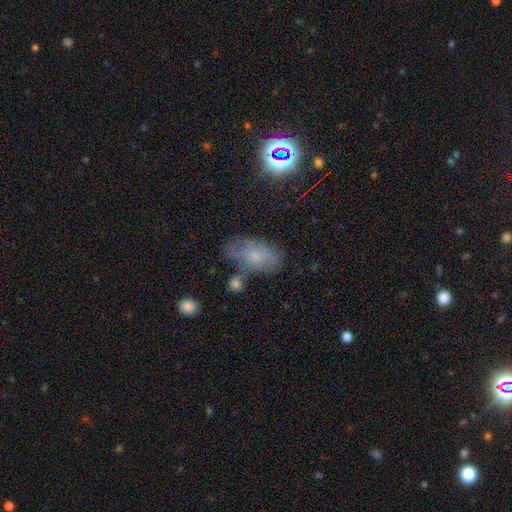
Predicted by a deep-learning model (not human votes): This is possibly a smooth galaxy (58%). How rounded: clearly in between (89%). Merging: possibly none (49%).